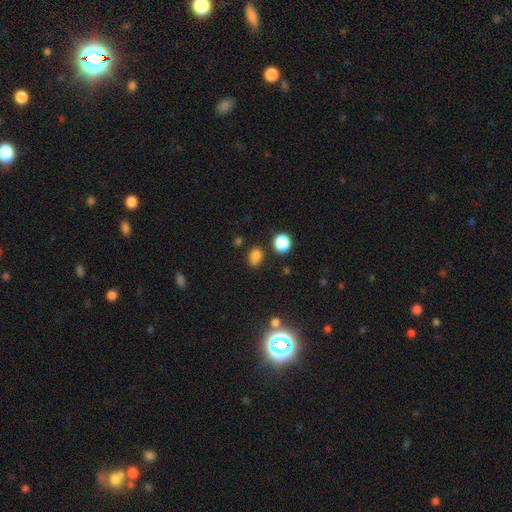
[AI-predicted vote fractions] Smooth or featured? smooth (79%)
How rounded? in between (57%)
Merging? none (73%)